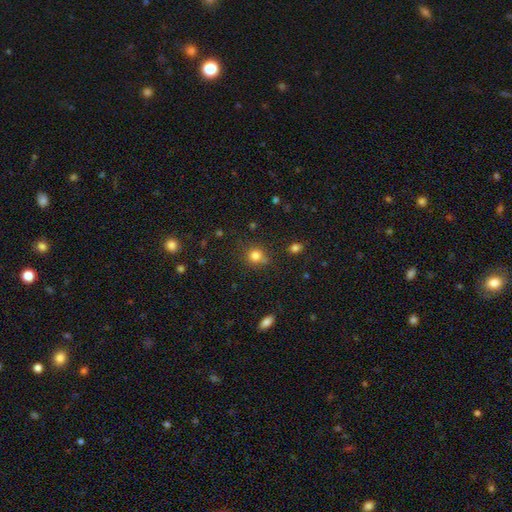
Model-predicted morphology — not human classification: smooth-or-featured: smooth: 80% | star or artifact: 14% | featured or disk: 6%
  how-rounded: round: 87% | in between: 12% | cigar-shaped: 1%
  merging: none: 69% | minor disturbance: 14% | merger: 12% | major disturbance: 4%